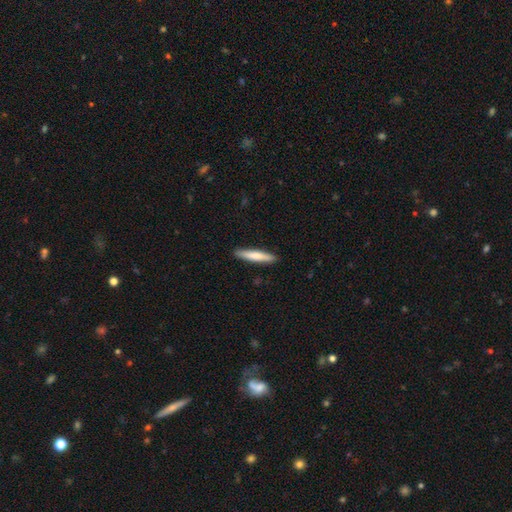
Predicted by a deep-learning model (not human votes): The model was most divided on "smooth or featured": smooth: 74%, featured or disk: 21%, star or artifact: 5%. More confident: how rounded — cigar-shaped (91%); merging — none (91%).